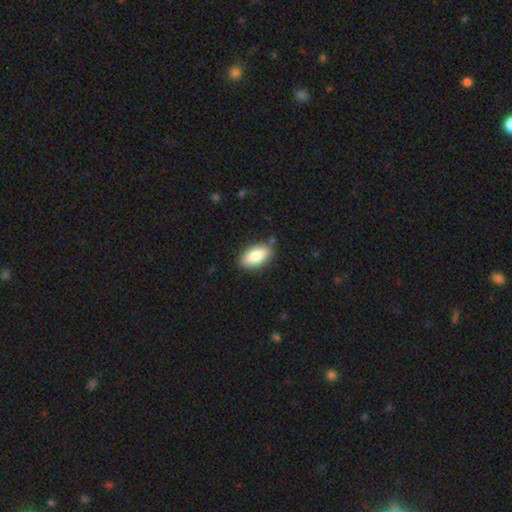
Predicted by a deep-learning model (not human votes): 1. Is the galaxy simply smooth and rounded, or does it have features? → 84% smooth, 9% featured or disk, 7% star or artifact.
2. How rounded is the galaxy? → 92% in between, 5% cigar-shaped, 3% round.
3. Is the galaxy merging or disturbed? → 84% none, 11% minor disturbance, 2% major disturbance, 2% merger.